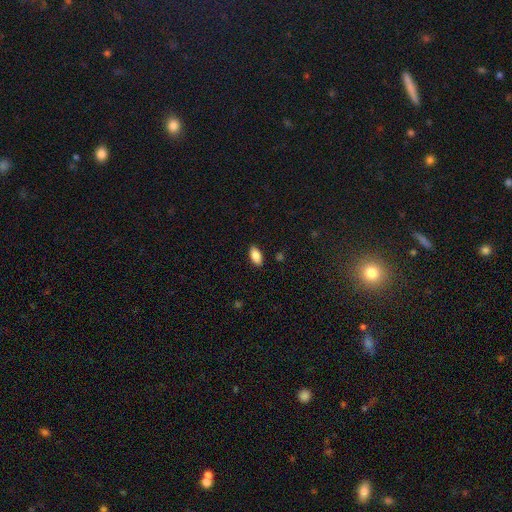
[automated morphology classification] type=smooth (87%); roundness=in between (92%); merging=none (88%).